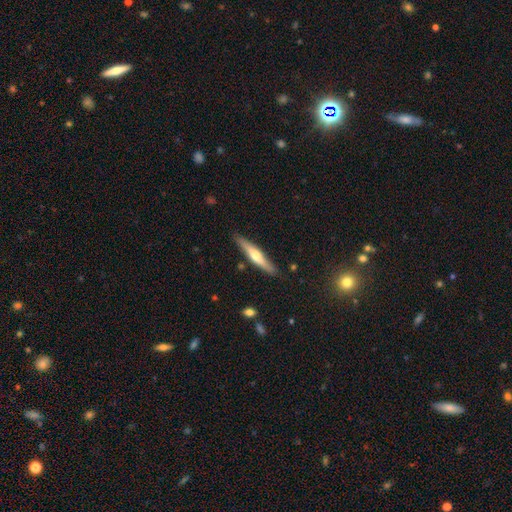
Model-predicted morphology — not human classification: smooth-or-featured: featured or disk: 54% | smooth: 41% | star or artifact: 5%
  disk-edge-on: yes: 94% | no: 6%
    edge-on-bulge: rounded: 84% | none: 10% | boxy: 6%
  merging: none: 86% | minor disturbance: 10% | major disturbance: 2% | merger: 2%